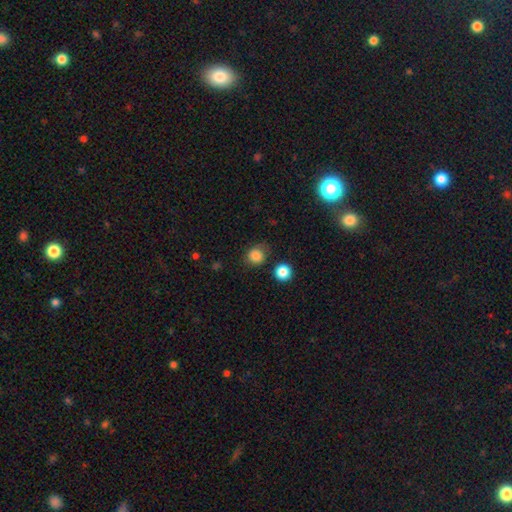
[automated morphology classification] Overall: smooth (84%). How rounded: round (86%). Merging: none (75%).